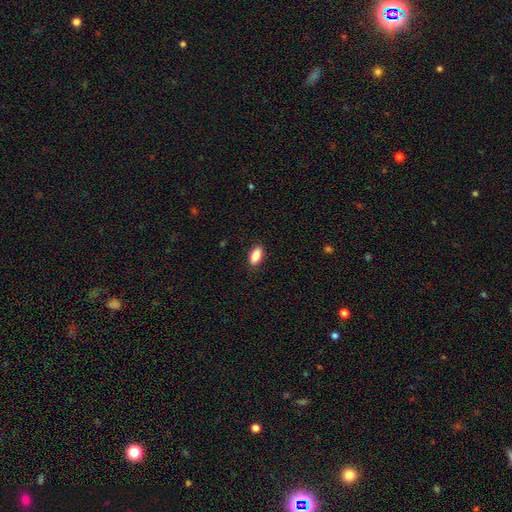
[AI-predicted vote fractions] smooth_or_featured: smooth (p=0.88) [alt: star or artifact p=0.07]
how_rounded: in between (p=0.91) [alt: cigar-shaped p=0.06]
merging: none (p=0.87) [alt: minor disturbance p=0.10]